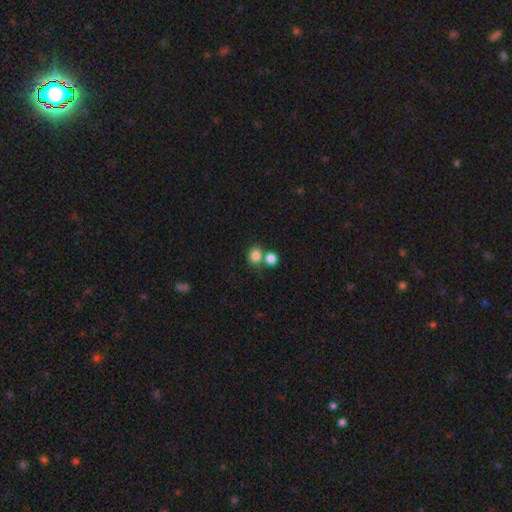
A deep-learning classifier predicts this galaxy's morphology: smooth_or_featured: smooth (p=0.82) [alt: star or artifact p=0.11]
how_rounded: round (p=0.76) [alt: in between p=0.23]
merging: none (p=0.53) [alt: merger p=0.36]